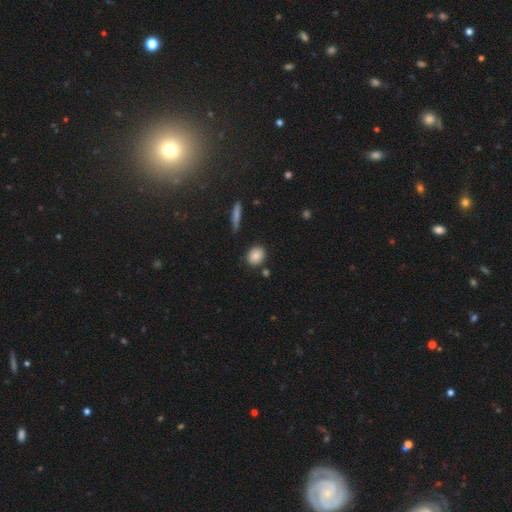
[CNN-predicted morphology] This appears to be a smooth galaxy with no disk features (86%) that is round (57%). Merging: none (84%).